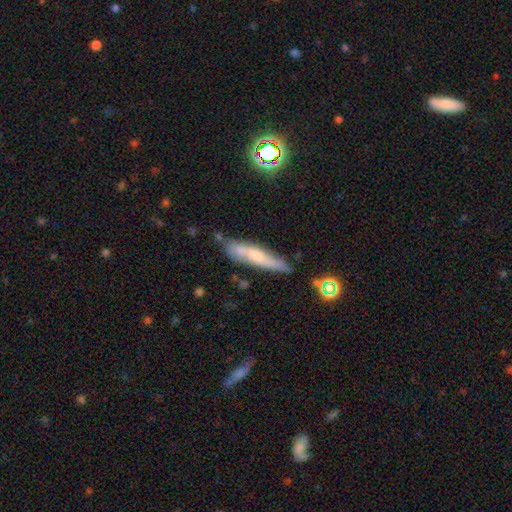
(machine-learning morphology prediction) smooth-or-featured: smooth: 47% | featured or disk: 42% | star or artifact: 10%
  merging: none: 64% | minor disturbance: 23% | merger: 7% | major disturbance: 6%